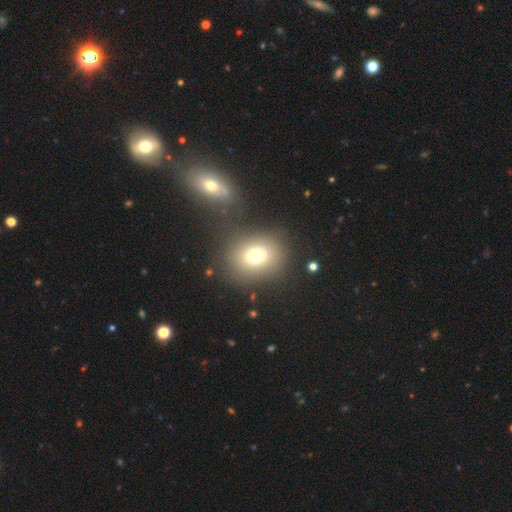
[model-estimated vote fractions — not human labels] smooth_or_featured: smooth (p=0.75) [alt: star or artifact p=0.13]
how_rounded: round (p=0.58) [alt: in between p=0.41]
merging: none (p=0.75) [alt: minor disturbance p=0.11]